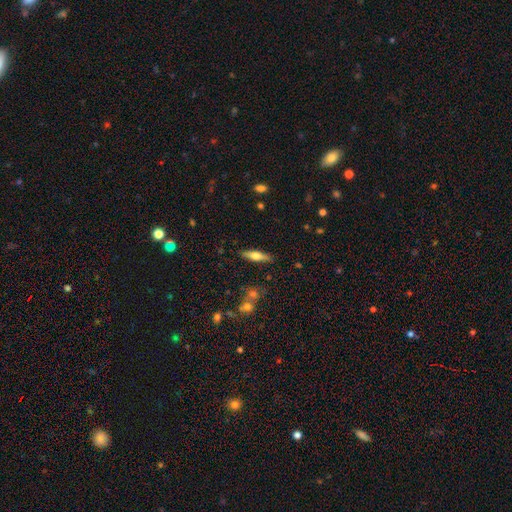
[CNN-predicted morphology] A smooth galaxy with no disk features (51%) that is cigar-shaped (66%). Merging: none (86%).